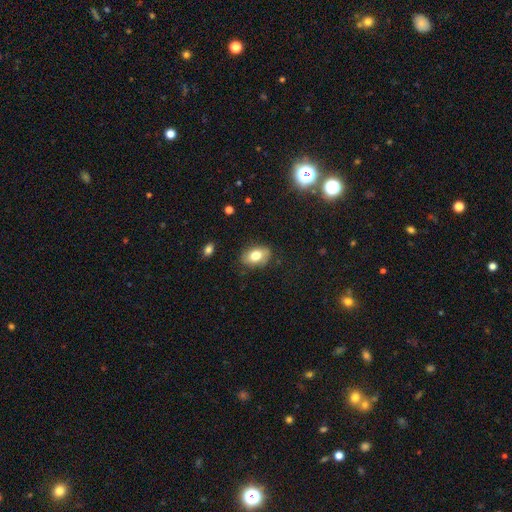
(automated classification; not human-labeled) This appears to be a smooth galaxy with no disk features (76%) that is in between round and cigar-shaped (85%). Merging: none (78%).